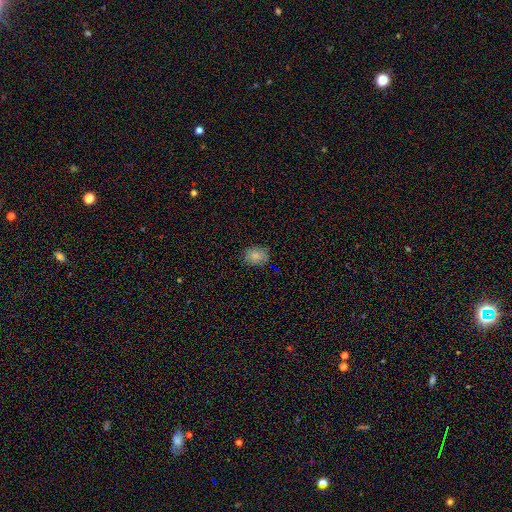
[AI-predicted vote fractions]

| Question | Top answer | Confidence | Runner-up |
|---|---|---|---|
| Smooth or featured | smooth | 82% | star or artifact (10%) |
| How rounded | in between | 63% | round (36%) |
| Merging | none | 80% | minor disturbance (16%) |